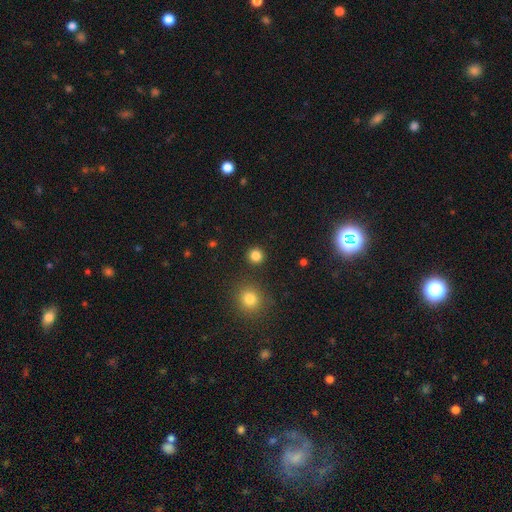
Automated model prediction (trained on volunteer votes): Overall: smooth (83%). How rounded: round (93%). Merging: none (91%).